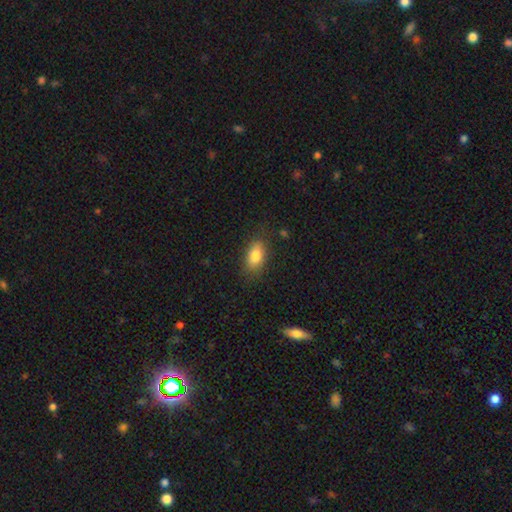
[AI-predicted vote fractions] Q: Smooth or featured?
A: smooth (82%); runner-up: featured or disk (10%)
Q: How rounded?
A: in between (87%); runner-up: round (9%)
Q: Merging?
A: none (80%); runner-up: minor disturbance (15%)